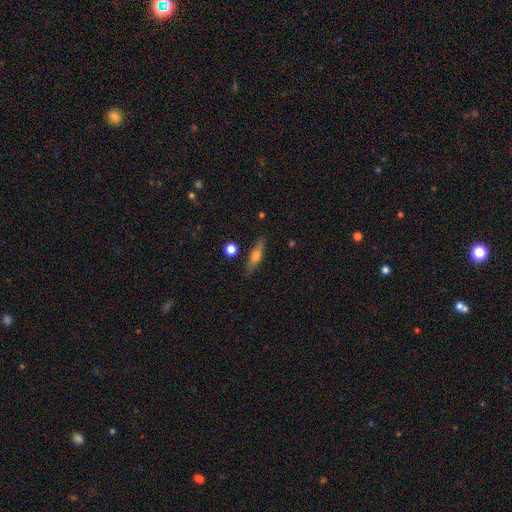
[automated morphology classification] This is possibly a smooth galaxy (51%). How rounded: likely cigar-shaped (71%). Merging: clearly none (84%).